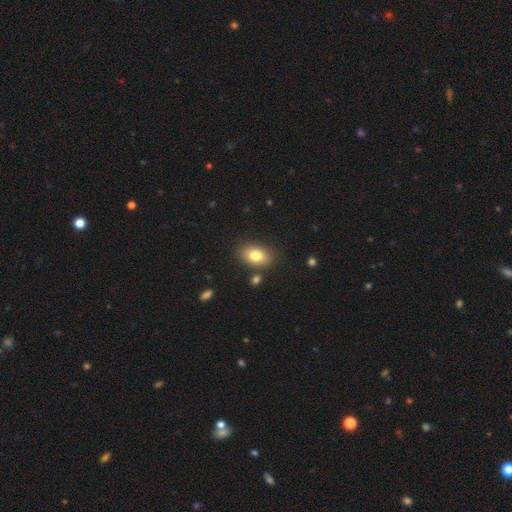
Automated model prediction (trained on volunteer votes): This is clearly a smooth galaxy (81%). How rounded: clearly in between (85%). Merging: clearly none (81%).